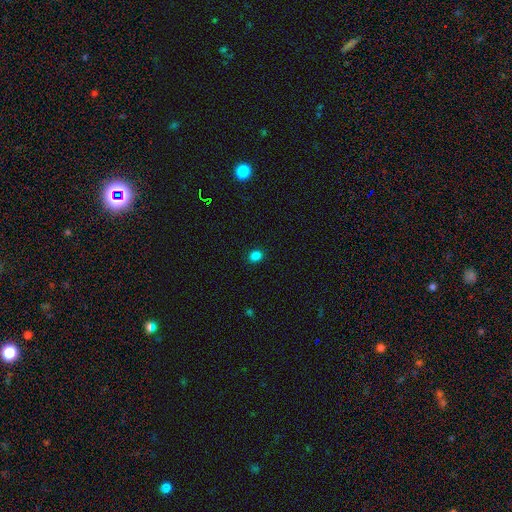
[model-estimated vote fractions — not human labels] Smooth or featured? smooth (83%)
How rounded? in between (50%)
Merging? none (90%)